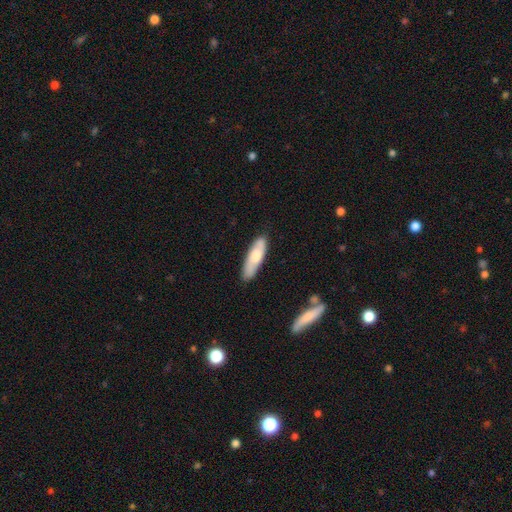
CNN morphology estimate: Smooth or featured? smooth (63%)
How rounded? cigar-shaped (54%)
Merging? none (83%)